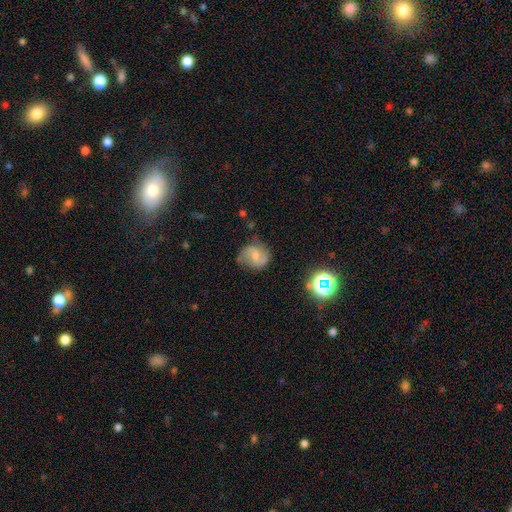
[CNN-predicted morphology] smooth-or-featured: featured or disk: 61% | smooth: 29% | star or artifact: 10%
  disk-edge-on: no: 97% | yes: 3%
    bar: weak: 51% | no: 35% | strong: 14%
    has-spiral-arms: yes: 88% | no: 12%
      spiral-winding: medium: 46% | loose: 36% | tight: 18%
      spiral-arm-count: 2: 84% | can't tell: 9% | 1: 4% | 3: 2% | 4: 1% | more than 4: 1%
    bulge-size: small: 47% | moderate: 41% | none: 9% | large: 3% | dominant: 1%
  merging: none: 64% | minor disturbance: 25% | major disturbance: 9% | merger: 2%